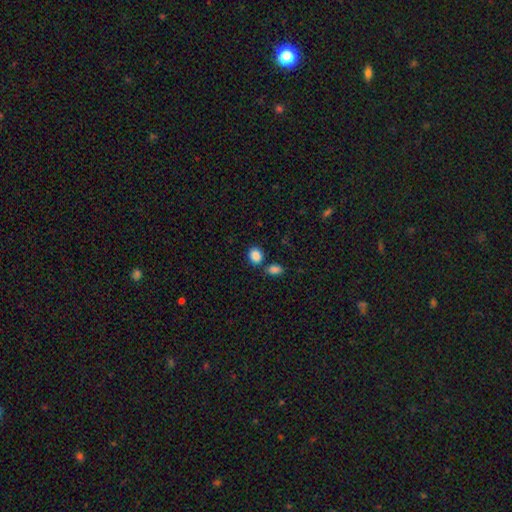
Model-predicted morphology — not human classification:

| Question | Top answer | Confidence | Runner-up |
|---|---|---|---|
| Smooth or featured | smooth | 88% | star or artifact (9%) |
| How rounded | in between | 54% | round (45%) |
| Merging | none | 69% | merger (17%) |